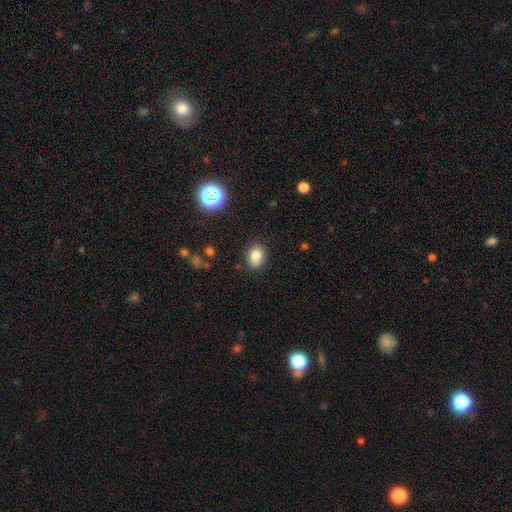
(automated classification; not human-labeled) This appears to be a smooth galaxy with no disk features (81%) that is in between round and cigar-shaped (62%). Merging: none (78%).